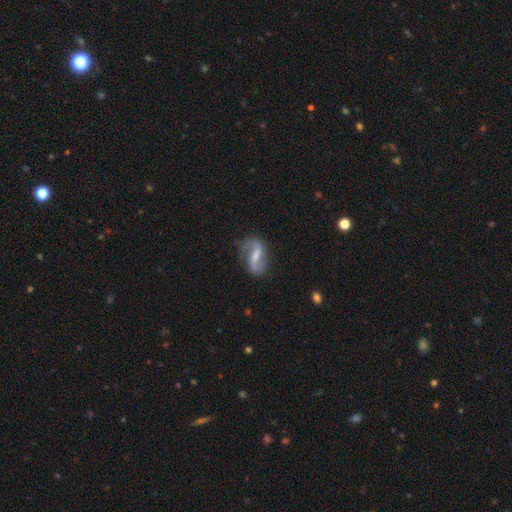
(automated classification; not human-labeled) Overall: featured or disk (83%). Edge-on disk: no (97%). Bar: weak (50%; strong 30%). Spiral arms: yes (94%). Spiral arm count: 2 (89%). Spiral winding: loose (65%; medium 28%). Bulge size: small (41%; moderate 39%). Merging: none (69%).